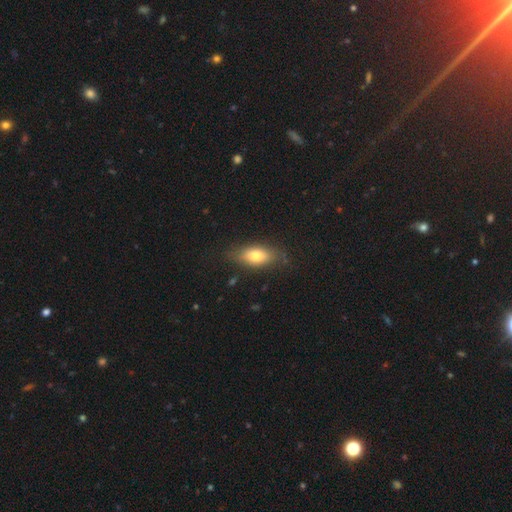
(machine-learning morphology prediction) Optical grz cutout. It shows a smooth galaxy with no disk features (75%) that is in between round and cigar-shaped (84%). Merging: none (78%).